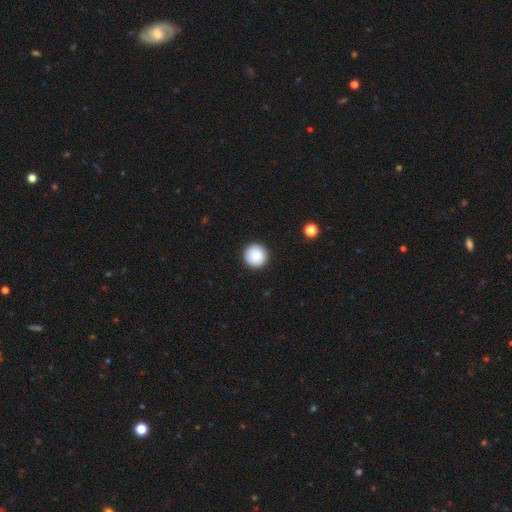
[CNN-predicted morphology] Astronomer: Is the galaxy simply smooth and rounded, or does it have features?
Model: smooth — 88%.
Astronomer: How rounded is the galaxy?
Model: round — 96%.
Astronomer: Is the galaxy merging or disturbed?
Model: none — 93%.